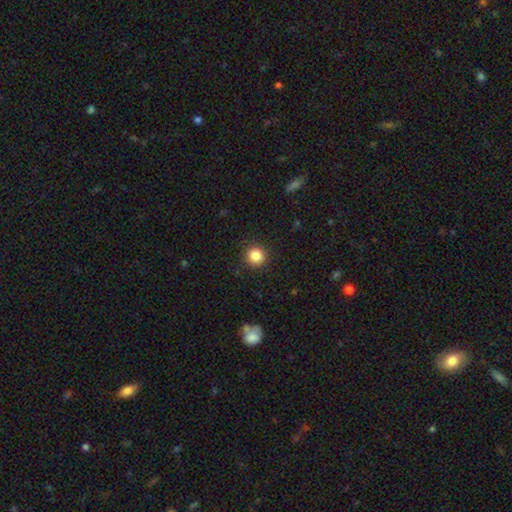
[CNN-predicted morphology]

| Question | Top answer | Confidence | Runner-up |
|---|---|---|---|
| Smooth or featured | smooth | 85% | star or artifact (11%) |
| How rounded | round | 94% | in between (5%) |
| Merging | none | 91% | minor disturbance (6%) |